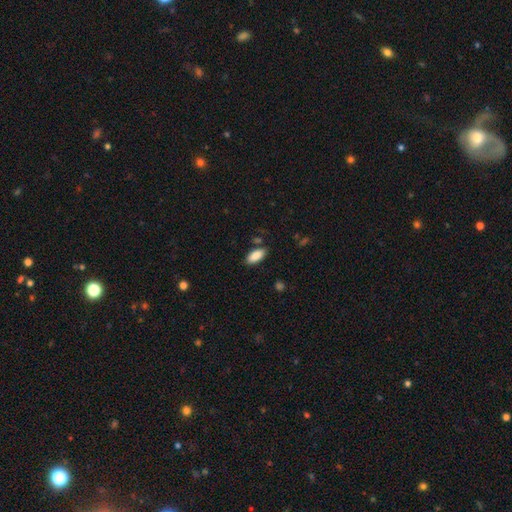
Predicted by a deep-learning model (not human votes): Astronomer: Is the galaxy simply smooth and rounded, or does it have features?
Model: smooth — 88%.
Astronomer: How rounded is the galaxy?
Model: in between — 87%.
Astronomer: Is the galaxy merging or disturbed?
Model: none — 83%.